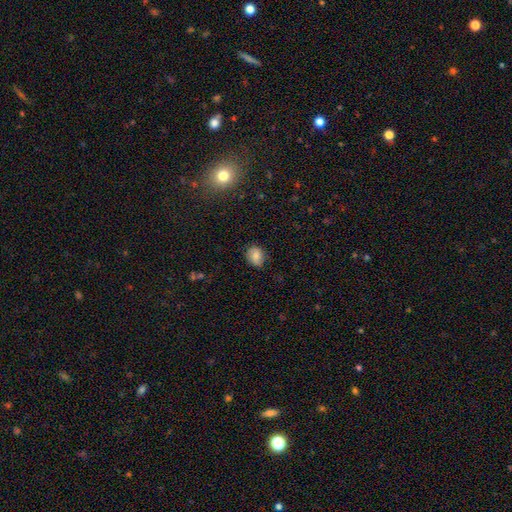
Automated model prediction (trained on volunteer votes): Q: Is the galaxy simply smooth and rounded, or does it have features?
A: smooth — 75%.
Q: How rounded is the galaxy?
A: round — 51%.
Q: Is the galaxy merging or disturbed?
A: none — 78%.